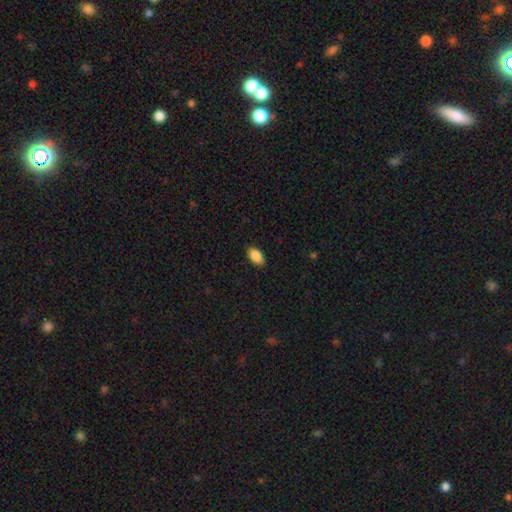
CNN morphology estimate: A smooth galaxy with no disk features (89%) that is in between round and cigar-shaped (93%).

Vote fractions:
- Smooth or featured? smooth: 89% / star or artifact: 7% / featured or disk: 4%
- How rounded? in between: 93% / round: 4% / cigar-shaped: 3%
- Merging? none: 87% / minor disturbance: 10% / major disturbance: 2% / merger: 1%